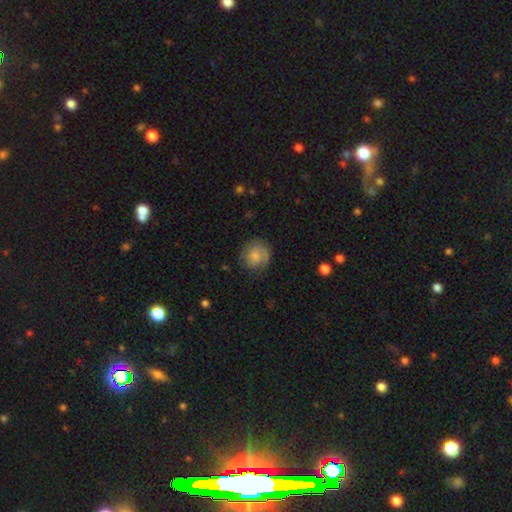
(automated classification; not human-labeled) This appears to be a smooth galaxy with no disk features (53%) that is round (83%). Merging: none (72%).